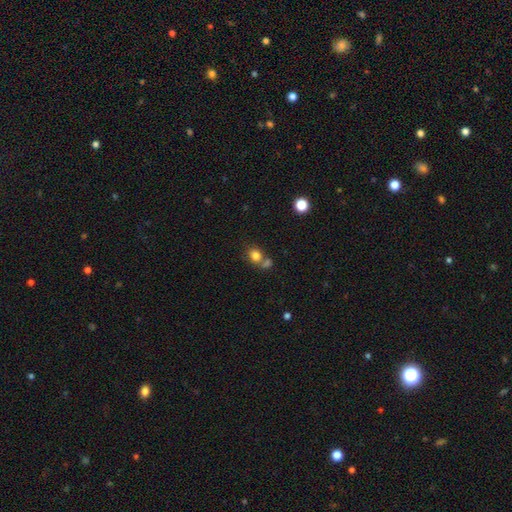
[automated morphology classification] Overall: smooth (80%). How rounded: round (66%; in between 33%). Merging: none (48%; merger 36%).